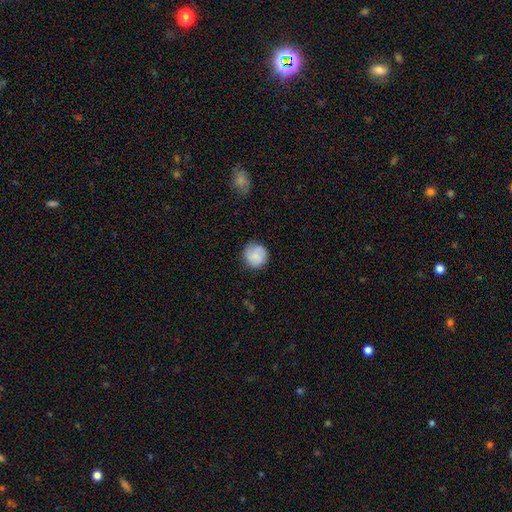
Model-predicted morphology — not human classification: Overall: smooth (74%). How rounded: round (93%). Merging: none (82%).